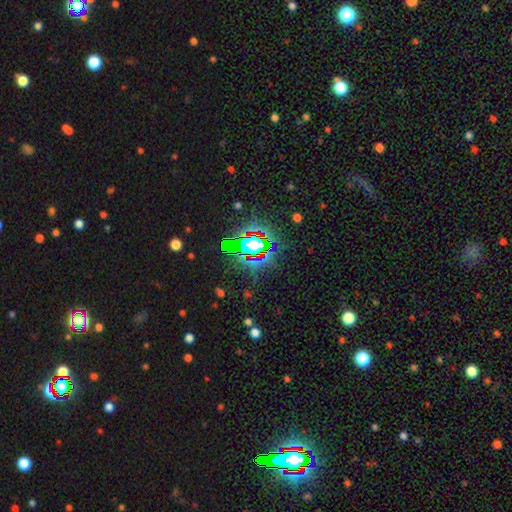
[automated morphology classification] Smooth or featured? star or artifact (82%)